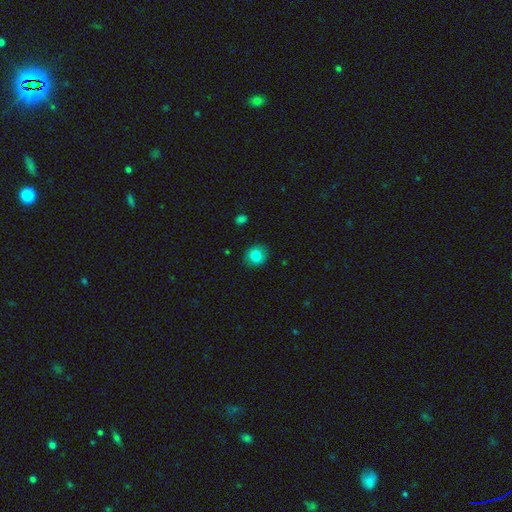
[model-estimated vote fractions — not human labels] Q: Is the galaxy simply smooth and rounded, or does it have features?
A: smooth — 83%.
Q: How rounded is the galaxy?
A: round — 84%.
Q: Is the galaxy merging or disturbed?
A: none — 87%.